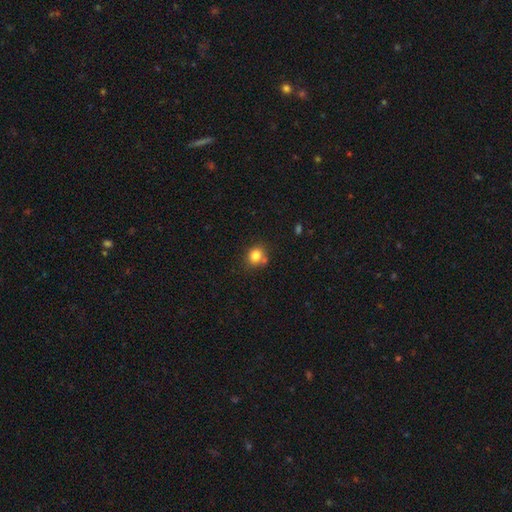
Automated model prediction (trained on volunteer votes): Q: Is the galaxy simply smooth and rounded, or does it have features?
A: smooth — 82%.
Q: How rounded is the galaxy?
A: round — 72%.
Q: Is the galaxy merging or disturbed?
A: none — 68%.